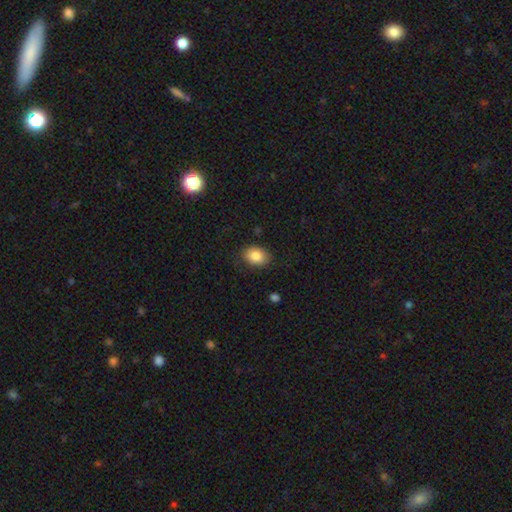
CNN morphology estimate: Smooth or featured?
  - smooth: 85% *
  - star or artifact: 8%
  - featured or disk: 7%
How rounded?
  - in between: 68% *
  - round: 31%
  - cigar-shaped: 1%
Merging?
  - none: 85% *
  - minor disturbance: 11%
  - major disturbance: 3%
  - merger: 1%